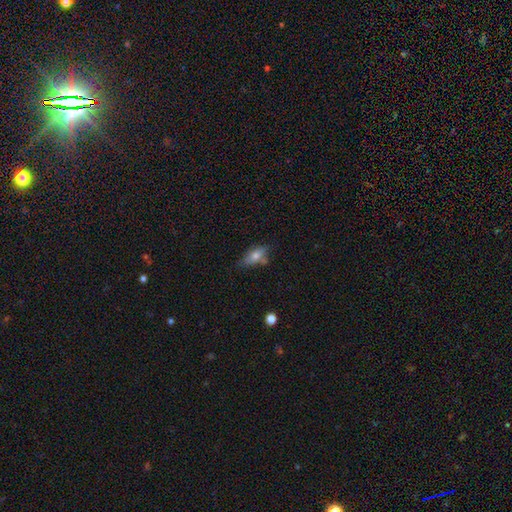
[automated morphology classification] Smooth or featured? smooth (68%)
How rounded? in between (78%)
Merging? none (61%)